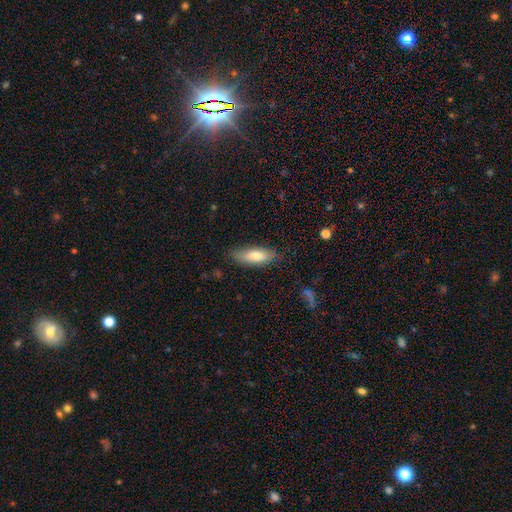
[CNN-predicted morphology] This appears to be a smooth galaxy with no disk features (75%) that is in between round and cigar-shaped (64%). Merging: none (81%).